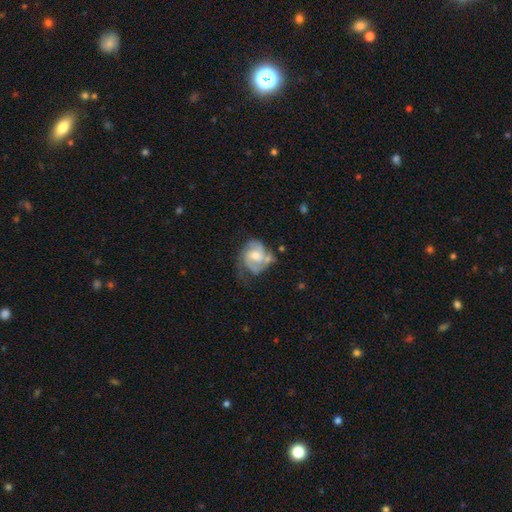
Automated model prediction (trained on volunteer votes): Smooth or featured? featured or disk (74%)
Edge-on disk? no (98%)
Bar? no (56%)
Spiral arms? yes (89%)
Spiral winding? medium (44%)
Spiral arm count? 2 (53%)
Bulge size? moderate (62%)
Merging? none (43%)